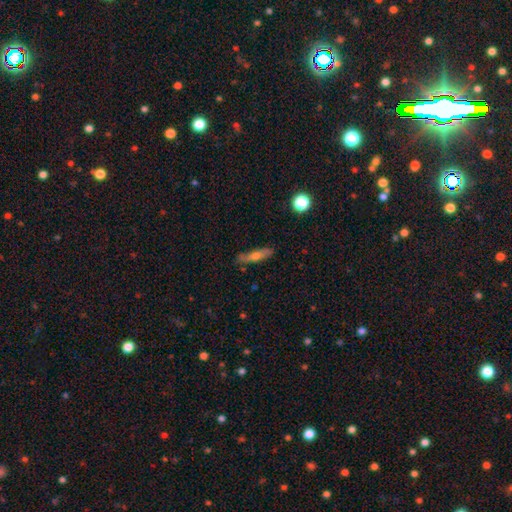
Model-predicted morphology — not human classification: Smooth or featured? smooth (46%)
Merging? none (83%)